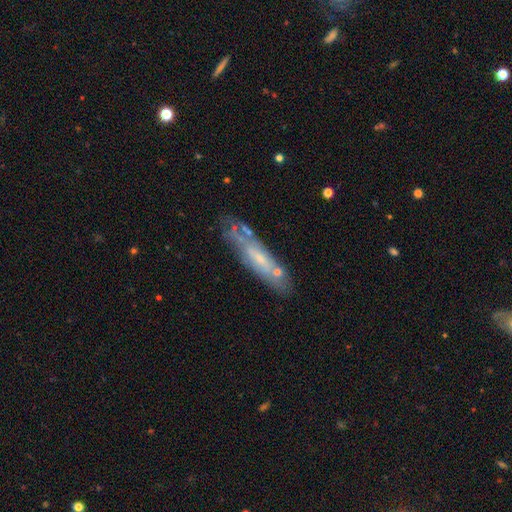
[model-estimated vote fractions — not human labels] The model was most divided on "edge-on disk": no: 51%, yes: 49%. More confident: merging — none (71%); smooth or featured — featured or disk (58%).